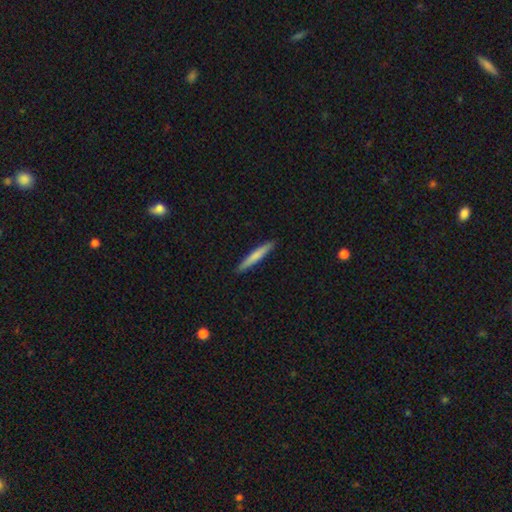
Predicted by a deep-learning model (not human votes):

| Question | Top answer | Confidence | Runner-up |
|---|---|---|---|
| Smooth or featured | smooth | 71% | featured or disk (23%) |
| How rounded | cigar-shaped | 95% | in between (4%) |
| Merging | none | 91% | minor disturbance (6%) |